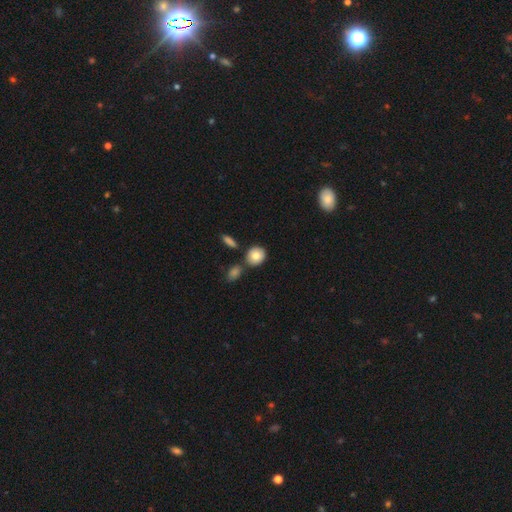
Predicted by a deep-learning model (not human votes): Smooth or featured? Predicted: smooth (p=0.80). How rounded? Predicted: round (p=0.73). Merging? Predicted: none (p=0.74).